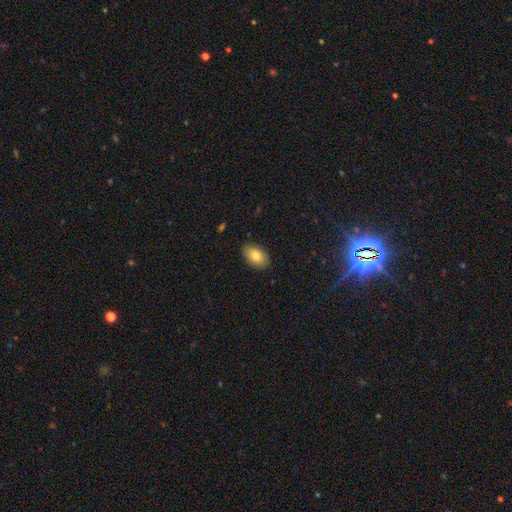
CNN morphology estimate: Smooth or featured? Predicted: smooth (p=0.82). How rounded? Predicted: in between (p=0.93). Merging? Predicted: none (p=0.88).